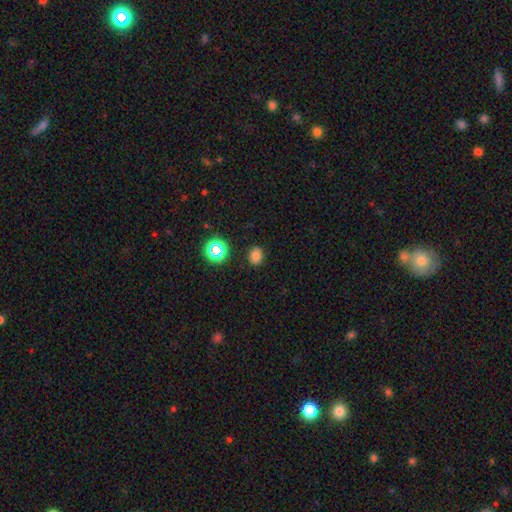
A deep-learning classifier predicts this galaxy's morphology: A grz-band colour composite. It shows a smooth galaxy with no disk features (76%) that is in between round and cigar-shaped (50%). Merging: none (87%).